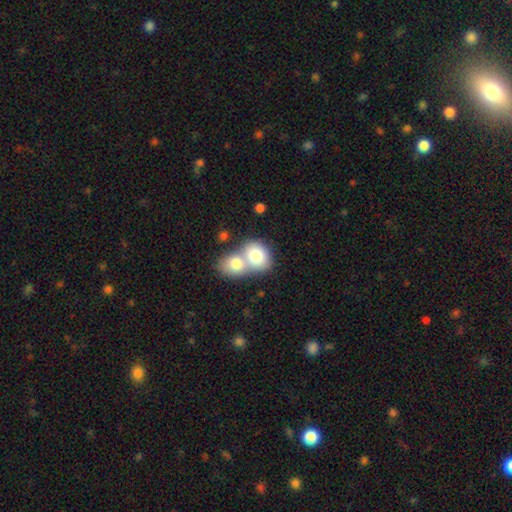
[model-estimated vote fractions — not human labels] smooth_or_featured: smooth (p=0.76) [alt: featured or disk p=0.17]
how_rounded: round (p=0.50) [alt: in between p=0.49]
merging: merger (p=0.71) [alt: none p=0.21]